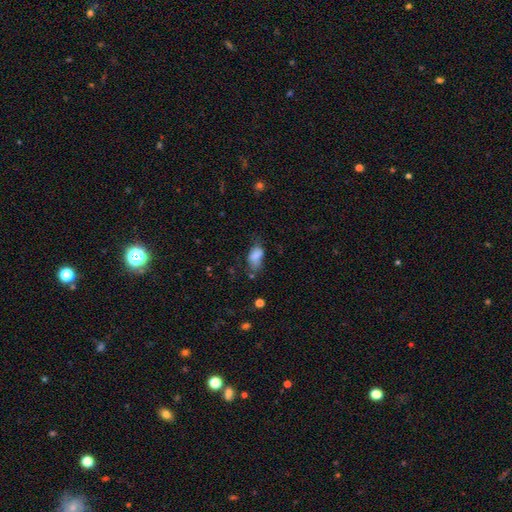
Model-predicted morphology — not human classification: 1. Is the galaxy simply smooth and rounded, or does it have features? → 79% smooth, 11% featured or disk, 10% star or artifact.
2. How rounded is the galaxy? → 89% in between, 8% round, 4% cigar-shaped.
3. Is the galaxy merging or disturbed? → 41% none, 34% minor disturbance, 19% major disturbance, 6% merger.